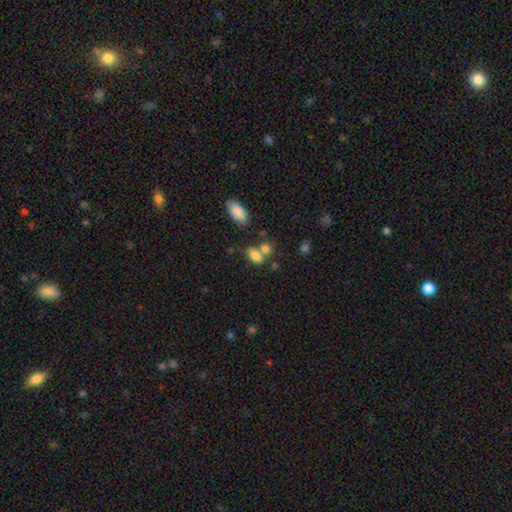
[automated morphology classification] Smooth or featured?
  - smooth: 78% *
  - featured or disk: 11%
  - star or artifact: 11%
How rounded?
  - in between: 83% *
  - round: 12%
  - cigar-shaped: 6%
Merging?
  - none: 43% *
  - merger: 38%
  - minor disturbance: 13%
  - major disturbance: 5%